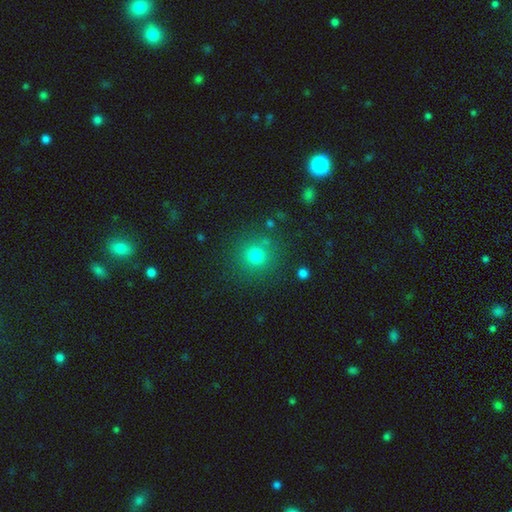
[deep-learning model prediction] A smooth galaxy with no disk features (77%) that is round (92%).

Vote fractions:
- Smooth or featured? smooth: 77% / star or artifact: 16% / featured or disk: 7%
- How rounded? round: 92% / in between: 7% / cigar-shaped: 1%
- Merging? none: 84% / minor disturbance: 9% / major disturbance: 4% / merger: 3%